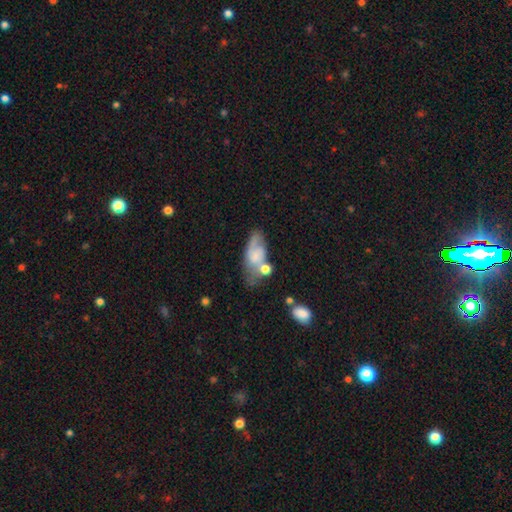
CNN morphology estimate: Smooth or featured?
  - smooth: 48% *
  - featured or disk: 44%
  - star or artifact: 8%
Merging?
  - none: 38% *
  - minor disturbance: 24%
  - major disturbance: 19%
  - merger: 18%